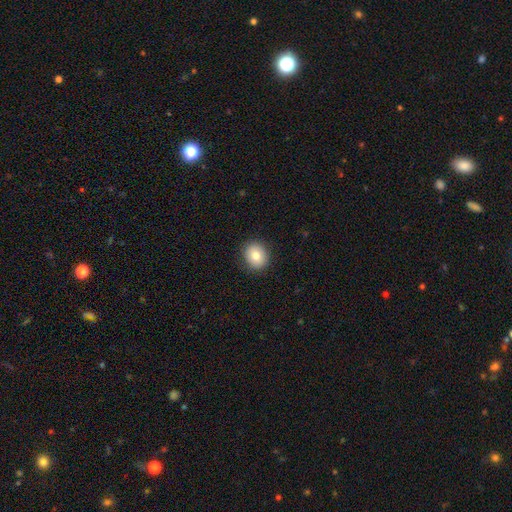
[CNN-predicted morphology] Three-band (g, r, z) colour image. It shows a smooth galaxy with no disk features (79%) that is round (75%). Merging: none (90%).